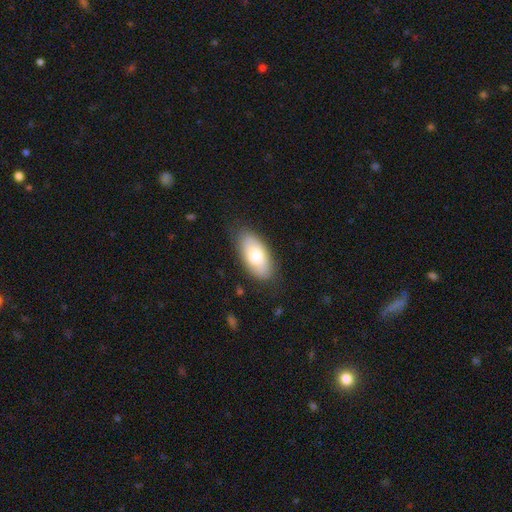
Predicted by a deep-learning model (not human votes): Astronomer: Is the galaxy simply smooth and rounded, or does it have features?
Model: smooth — 74%.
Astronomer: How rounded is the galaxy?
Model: in between — 92%.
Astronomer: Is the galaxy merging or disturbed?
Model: none — 81%.